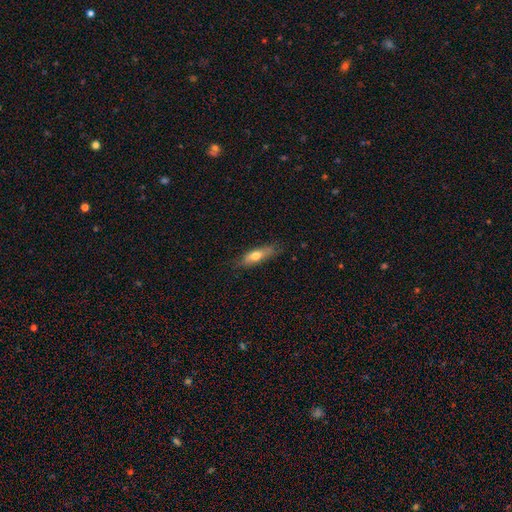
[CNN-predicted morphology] Smooth or featured? Predicted: smooth (p=0.67). How rounded? Predicted: in between (p=0.50). Merging? Predicted: none (p=0.73).